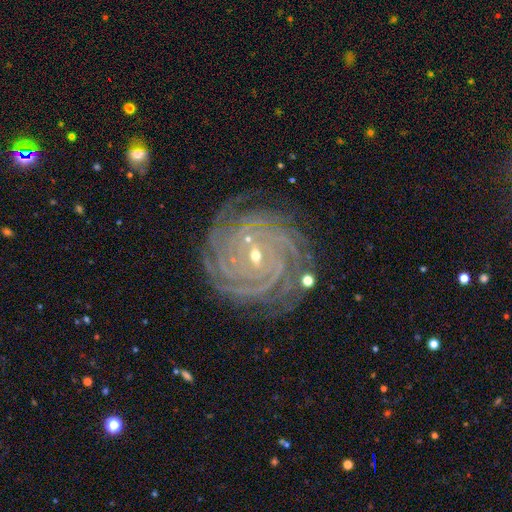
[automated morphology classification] This appears to be a featured or disk galaxy (91%) with a weak bar (42%), more than 4 (32%) tight (88%) spiral arms (99%) and a small central bulge (68%). Merging: none (79%).